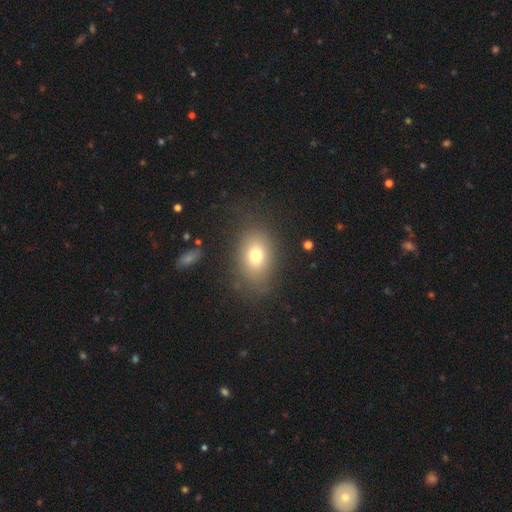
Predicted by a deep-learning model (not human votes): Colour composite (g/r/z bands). It shows a smooth galaxy with no disk features (73%) that is in between round and cigar-shaped (69%). Merging: none (79%).